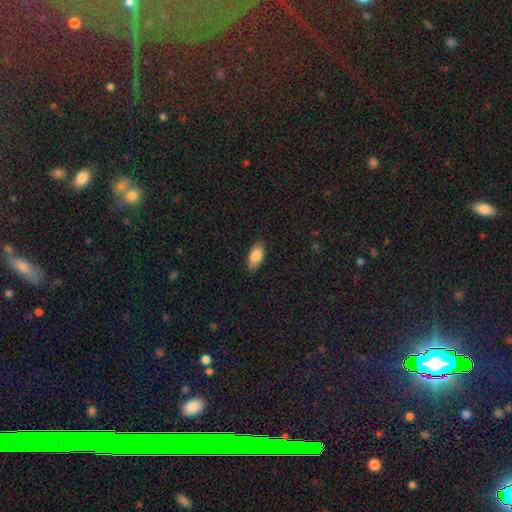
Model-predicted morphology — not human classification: Overall: smooth (84%). How rounded: in between (90%). Merging: none (84%).